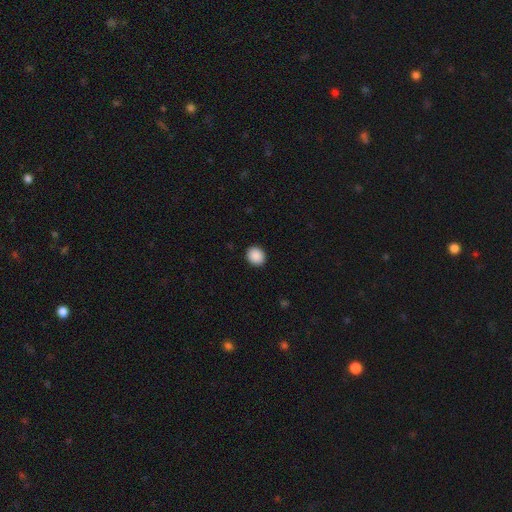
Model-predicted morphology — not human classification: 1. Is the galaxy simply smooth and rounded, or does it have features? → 90% smooth, 8% star or artifact, 2% featured or disk.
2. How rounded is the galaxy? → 77% round, 22% in between, 1% cigar-shaped.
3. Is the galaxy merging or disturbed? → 92% none, 6% minor disturbance, 2% major disturbance, 1% merger.